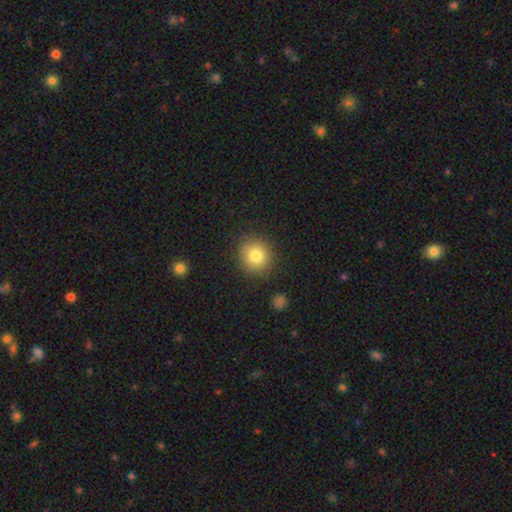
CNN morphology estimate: A smooth galaxy with no disk features (82%) that is round (86%). Merging: none (86%).